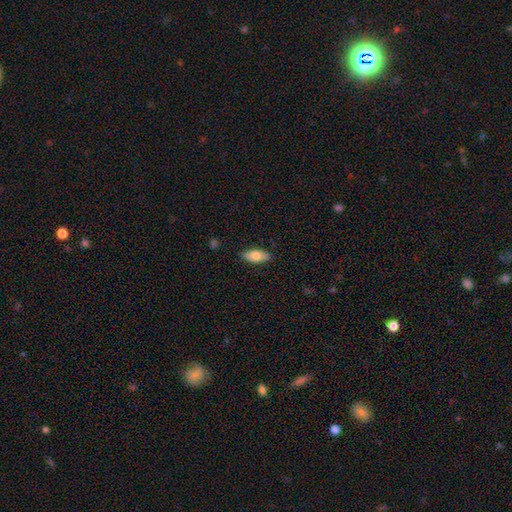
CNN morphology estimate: Smooth or featured? smooth (76%)
How rounded? in between (88%)
Merging? none (87%)